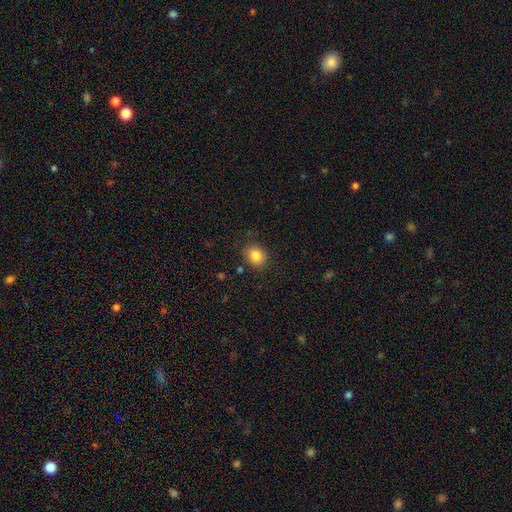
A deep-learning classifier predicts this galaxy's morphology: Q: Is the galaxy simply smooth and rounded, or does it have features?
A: smooth — 84%.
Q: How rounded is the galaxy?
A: round — 67%.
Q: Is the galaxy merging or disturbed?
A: none — 84%.